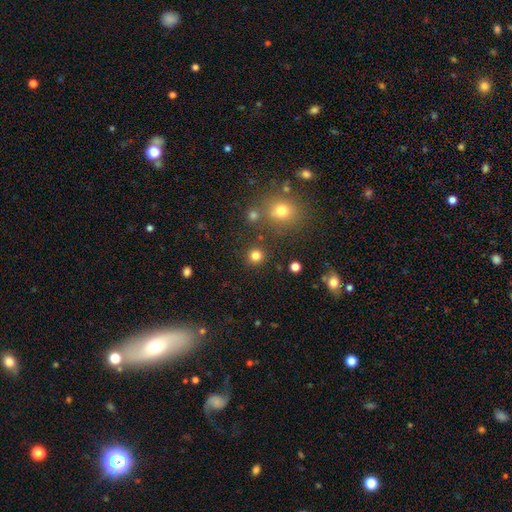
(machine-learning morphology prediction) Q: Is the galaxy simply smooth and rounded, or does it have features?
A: smooth — 81%.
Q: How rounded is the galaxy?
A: round — 93%.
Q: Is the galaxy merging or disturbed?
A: none — 88%.